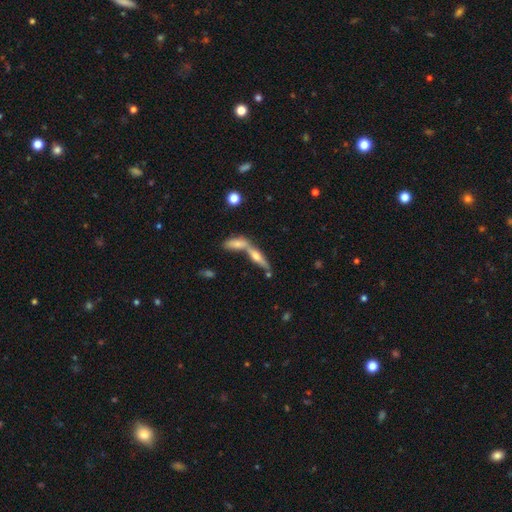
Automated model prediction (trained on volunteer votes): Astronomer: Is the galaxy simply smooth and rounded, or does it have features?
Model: featured or disk — 60%.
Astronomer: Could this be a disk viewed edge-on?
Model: yes — 88%.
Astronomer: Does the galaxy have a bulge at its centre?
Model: rounded — 89%.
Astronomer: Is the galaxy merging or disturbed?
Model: merger — 47% (runner-up: none, 41%).